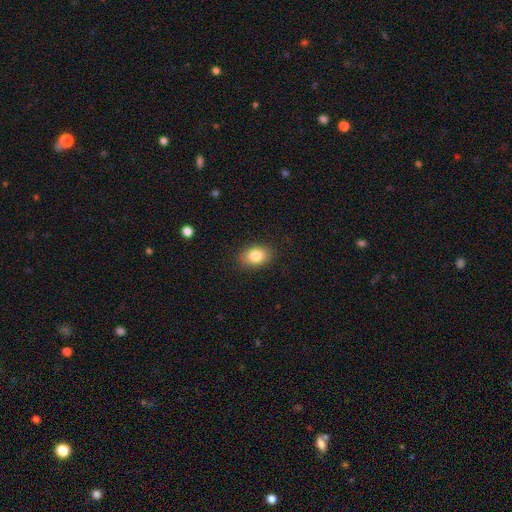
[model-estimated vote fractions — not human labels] smooth_or_featured: smooth (p=0.83) [alt: featured or disk p=0.09]
how_rounded: in between (p=0.80) [alt: round p=0.18]
merging: none (p=0.88) [alt: minor disturbance p=0.09]